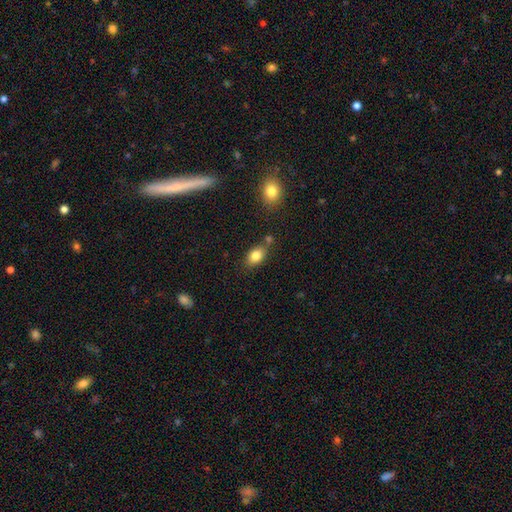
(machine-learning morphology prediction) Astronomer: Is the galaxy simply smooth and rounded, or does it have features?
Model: smooth — 83%.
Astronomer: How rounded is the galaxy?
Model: in between — 83%.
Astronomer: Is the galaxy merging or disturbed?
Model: none — 71%.